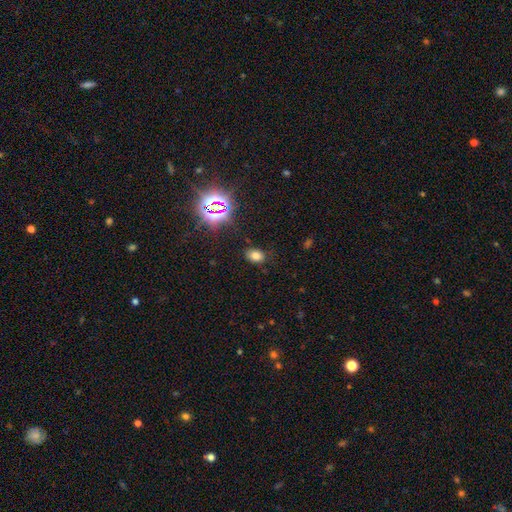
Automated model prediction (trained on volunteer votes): Smooth or featured? Predicted: smooth (p=0.71). How rounded? Predicted: in between (p=0.70). Merging? Predicted: none (p=0.81).